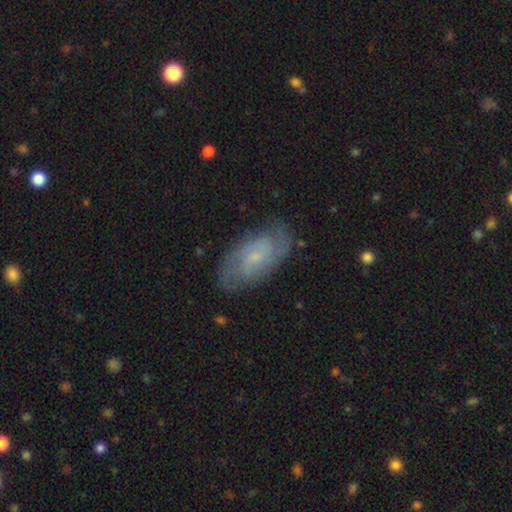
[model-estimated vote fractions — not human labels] Smooth or featured: featured or disk — 75% (smooth — 19%)
Edge-on disk: no — 95% (yes — 5%)
Bar: no — 53% (weak — 40%)
Spiral arms: yes — 92% (no — 8%)
Spiral winding: tight — 46% (medium — 41%)
Spiral arm count: 2 — 62% (can't tell — 23%)
Bulge size: small — 73% (moderate — 18%)
Merging: none — 78% (minor disturbance — 16%)